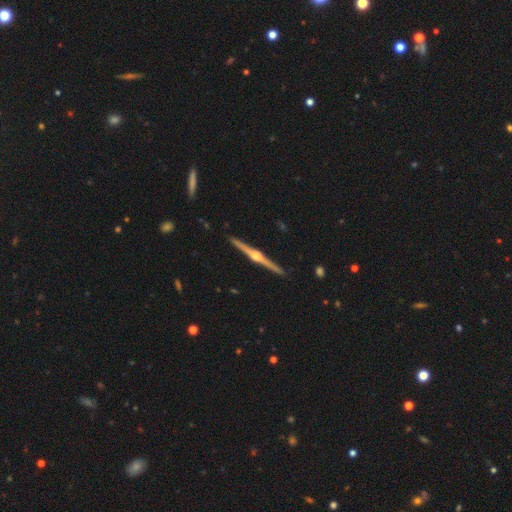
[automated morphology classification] Q: Smooth or featured?
A: featured or disk (88%); runner-up: smooth (8%)
Q: Edge-on disk?
A: yes (99%); runner-up: no (1%)
Q: Edge-on bulge?
A: rounded (94%); runner-up: boxy (3%)
Q: Merging?
A: none (93%); runner-up: minor disturbance (5%)